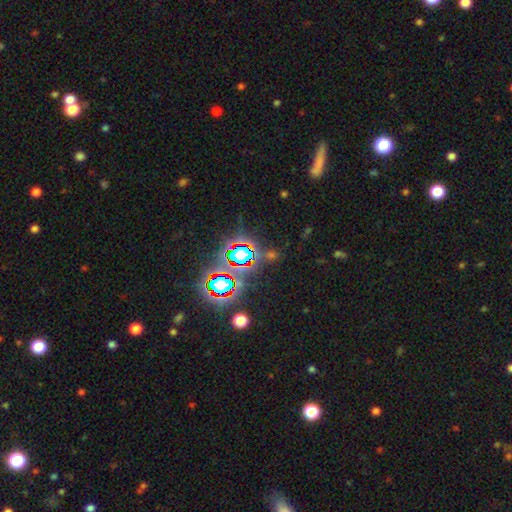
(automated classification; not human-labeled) A star or artifact, not a galaxy (79%).

Vote fractions:
- Smooth or featured? star or artifact: 79% / smooth: 13% / featured or disk: 9%